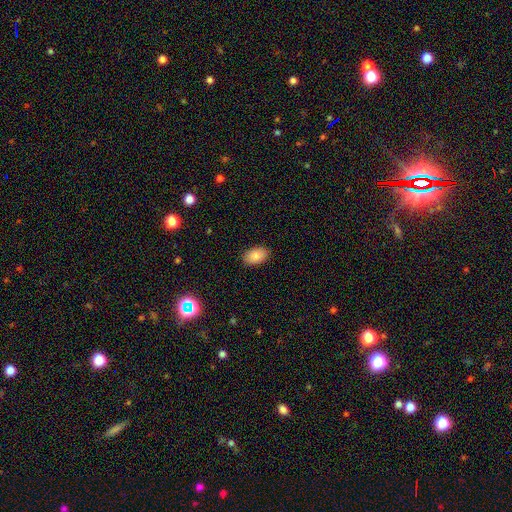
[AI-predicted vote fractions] Smooth or featured? smooth (85%)
How rounded? in between (92%)
Merging? none (88%)